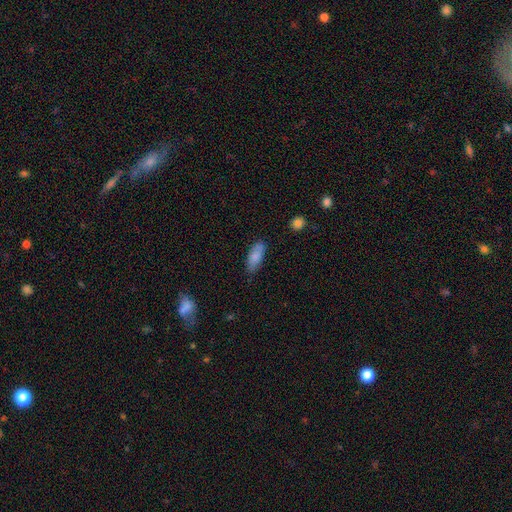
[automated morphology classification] A smooth galaxy with no disk features (82%) that is in between round and cigar-shaped (79%).

Vote fractions:
- Smooth or featured? smooth: 82% / featured or disk: 11% / star or artifact: 7%
- How rounded? in between: 79% / cigar-shaped: 18% / round: 2%
- Merging? none: 77% / minor disturbance: 18% / major disturbance: 3% / merger: 2%